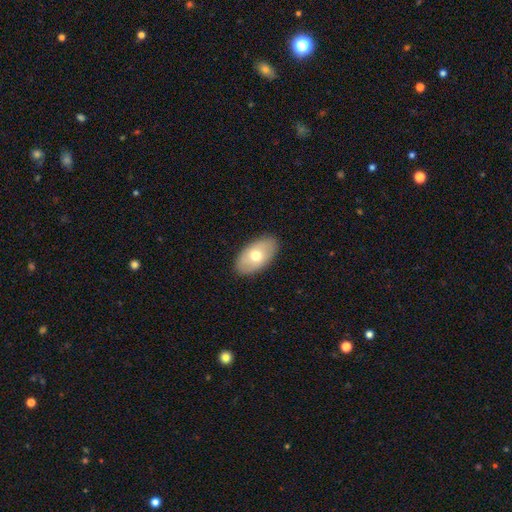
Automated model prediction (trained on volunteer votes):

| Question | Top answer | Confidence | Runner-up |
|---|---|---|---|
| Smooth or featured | smooth | 65% | featured or disk (29%) |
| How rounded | in between | 94% | round (5%) |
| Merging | none | 88% | minor disturbance (9%) |